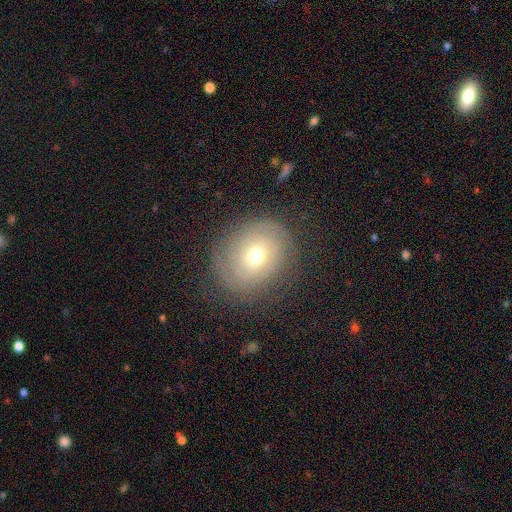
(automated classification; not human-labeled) This appears to be a featured or disk galaxy (50%). Merging: none (79%).